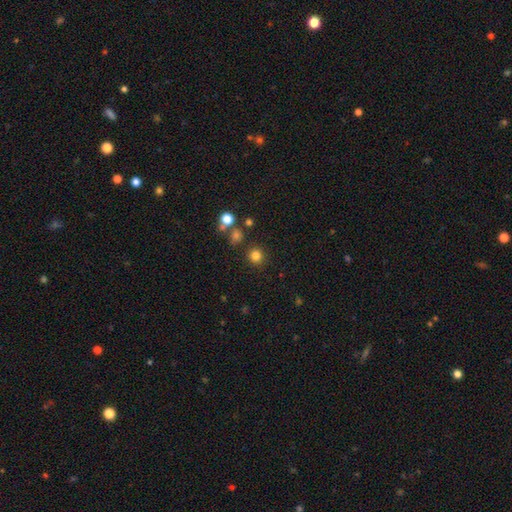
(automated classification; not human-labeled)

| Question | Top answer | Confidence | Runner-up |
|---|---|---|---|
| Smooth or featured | smooth | 80% | star or artifact (15%) |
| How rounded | round | 93% | in between (6%) |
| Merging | none | 87% | minor disturbance (6%) |